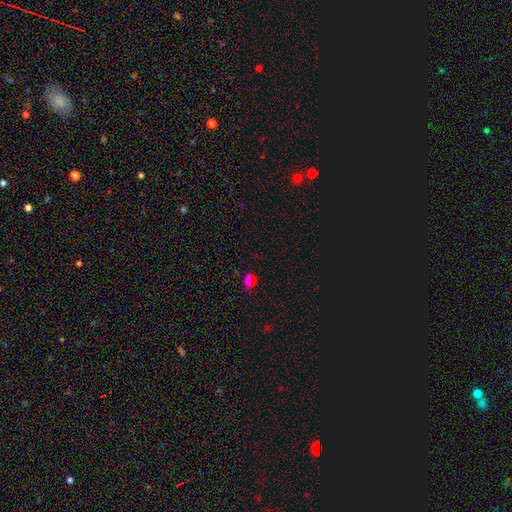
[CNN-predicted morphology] type=star or artifact (62%).